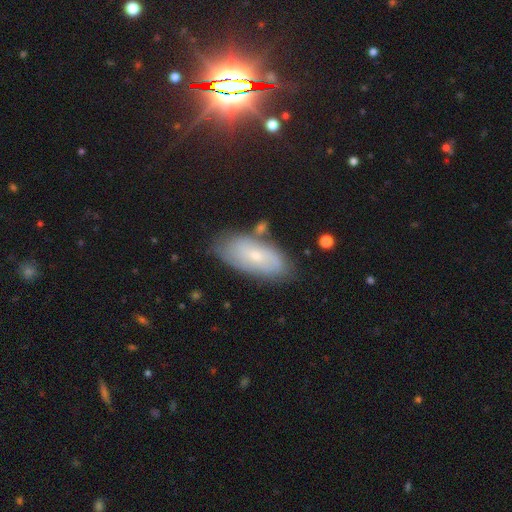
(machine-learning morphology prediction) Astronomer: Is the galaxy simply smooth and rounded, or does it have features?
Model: smooth — 47% (runner-up: featured or disk, 44%).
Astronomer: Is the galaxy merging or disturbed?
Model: none — 71%.